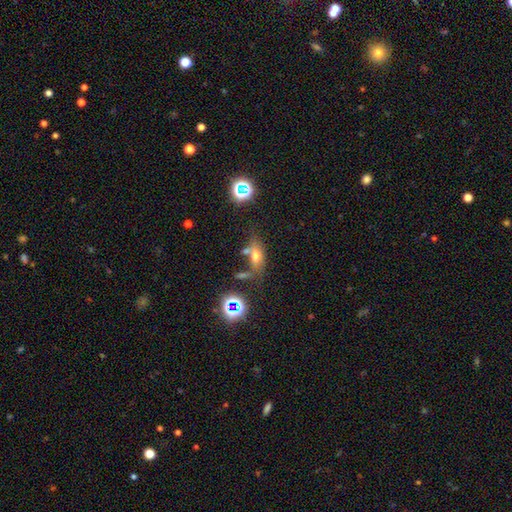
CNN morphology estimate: type=smooth (59%); roundness=in between (76%); merging=none (46%).